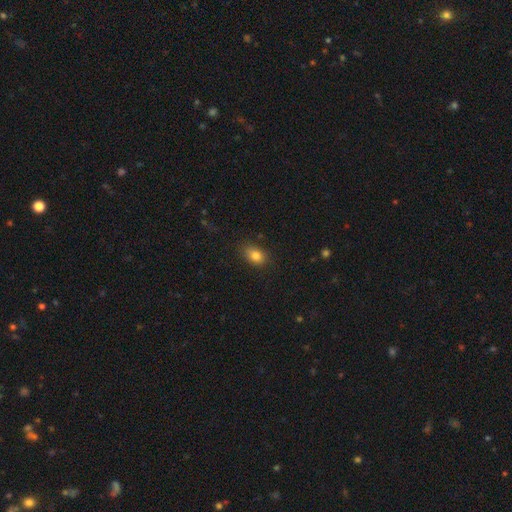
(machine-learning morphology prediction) Smooth or featured: smooth — 81% (star or artifact — 11%)
How rounded: in between — 74% (round — 25%)
Merging: none — 80% (minor disturbance — 16%)